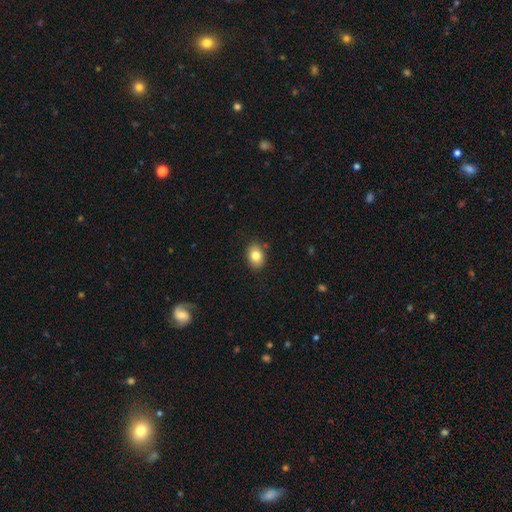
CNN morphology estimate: Smooth or featured? smooth (82%)
How rounded? in between (71%)
Merging? none (85%)